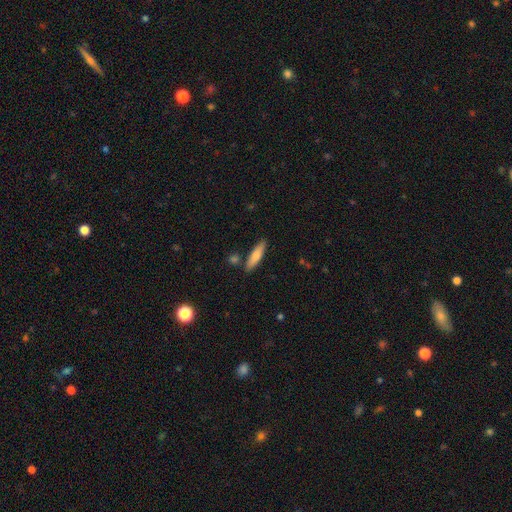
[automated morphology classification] A smooth galaxy with no disk features (77%) that is cigar-shaped (75%). Merging: none (83%).